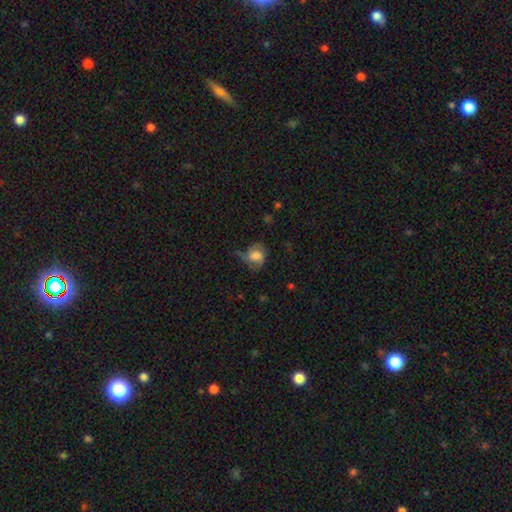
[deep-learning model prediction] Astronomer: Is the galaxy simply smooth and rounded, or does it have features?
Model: smooth — 58%.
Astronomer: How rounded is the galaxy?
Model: round — 57% (runner-up: in between, 42%).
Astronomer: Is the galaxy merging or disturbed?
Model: none — 38% (runner-up: minor disturbance, 31%).